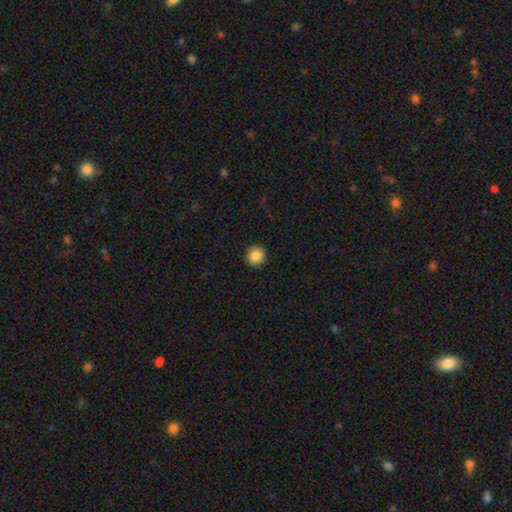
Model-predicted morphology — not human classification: Overall: smooth (87%). How rounded: round (93%). Merging: none (93%).